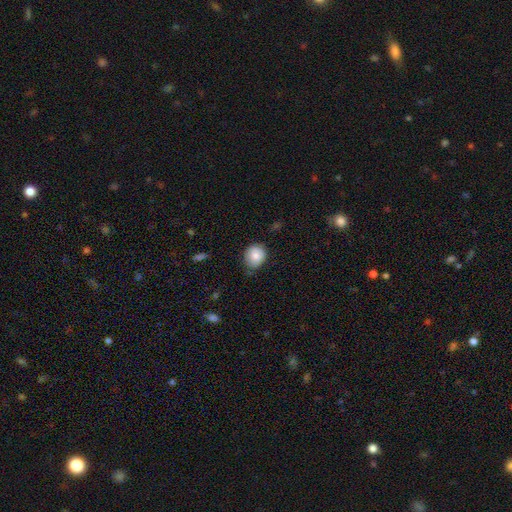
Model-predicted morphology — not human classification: Smooth or featured?
  - smooth: 82% *
  - featured or disk: 10%
  - star or artifact: 8%
How rounded?
  - round: 72% *
  - in between: 27%
  - cigar-shaped: 1%
Merging?
  - none: 70% *
  - minor disturbance: 24%
  - major disturbance: 4%
  - merger: 2%